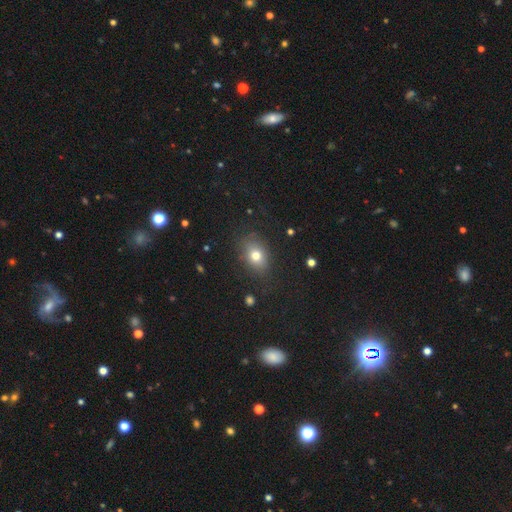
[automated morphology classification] This appears to be a smooth galaxy with no disk features (74%) that is in between round and cigar-shaped (66%). Merging: none (79%).